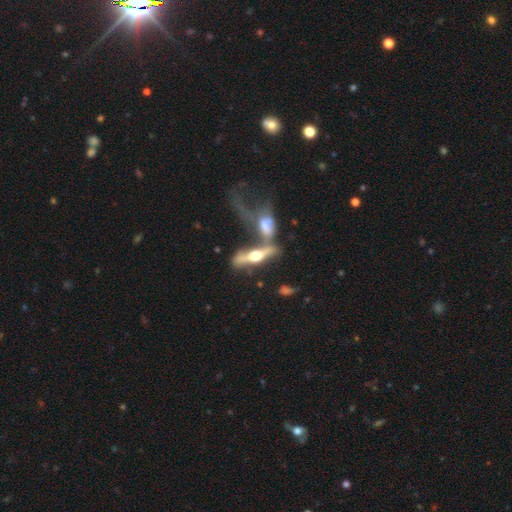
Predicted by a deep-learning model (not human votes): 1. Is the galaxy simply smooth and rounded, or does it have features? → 67% featured or disk, 25% smooth, 7% star or artifact.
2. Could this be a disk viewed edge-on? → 81% yes, 19% no.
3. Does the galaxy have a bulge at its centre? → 94% rounded, 4% boxy, 2% none.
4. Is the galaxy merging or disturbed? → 50% merger, 26% none, 13% major disturbance, 11% minor disturbance.